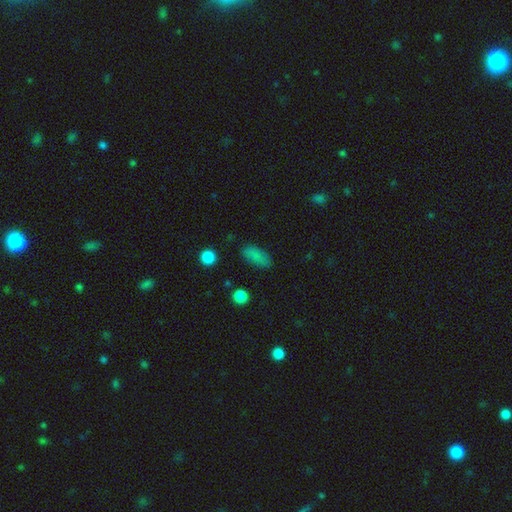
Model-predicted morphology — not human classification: This is clearly a smooth galaxy (83%). How rounded: clearly in between (85%). Merging: clearly none (81%).